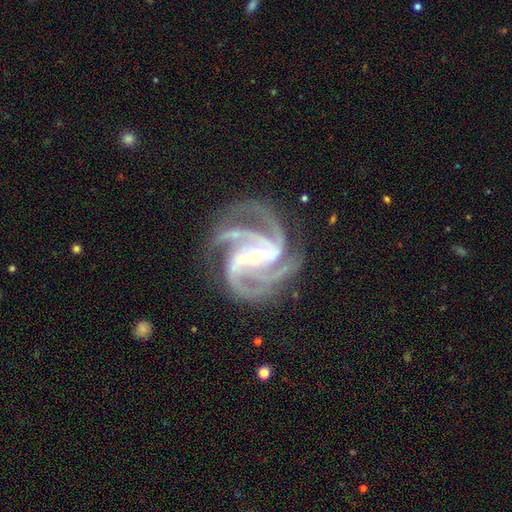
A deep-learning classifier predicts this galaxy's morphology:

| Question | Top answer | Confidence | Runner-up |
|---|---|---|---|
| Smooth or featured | featured or disk | 94% | star or artifact (4%) |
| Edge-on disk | no | 98% | yes (2%) |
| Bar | strong | 62% | weak (26%) |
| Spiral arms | yes | 99% | no (1%) |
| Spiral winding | medium | 52% | tight (42%) |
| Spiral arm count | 3 | 44% | 4 (41%) |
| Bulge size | small | 72% | moderate (24%) |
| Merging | none | 73% | minor disturbance (15%) |